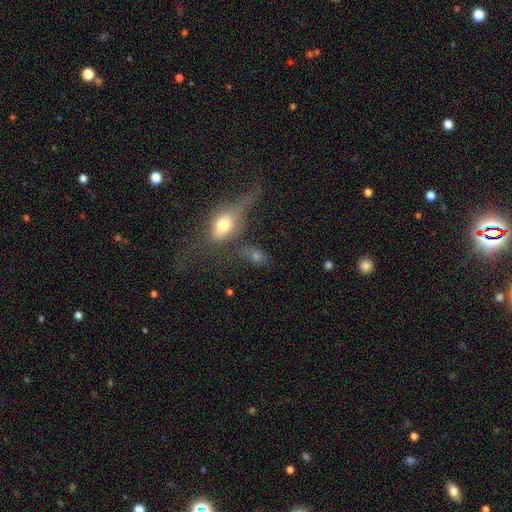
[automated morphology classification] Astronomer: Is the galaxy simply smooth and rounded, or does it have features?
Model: smooth — 54% (runner-up: featured or disk, 30%).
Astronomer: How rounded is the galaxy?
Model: in between — 64%.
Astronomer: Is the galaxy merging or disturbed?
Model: none — 33% (runner-up: major disturbance, 29%).